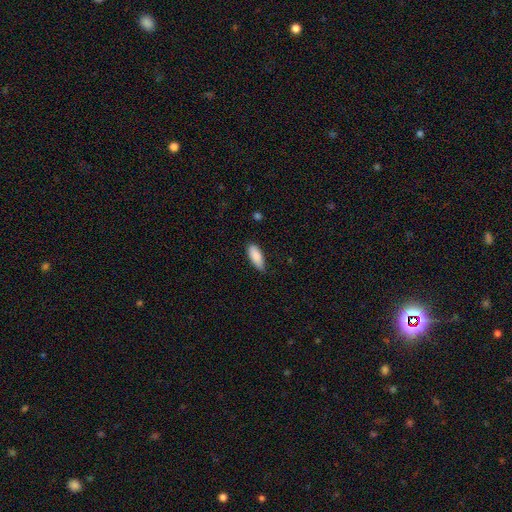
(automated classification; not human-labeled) Morphology: type=smooth (89%); roundness=in between (81%); merging=none (69%).